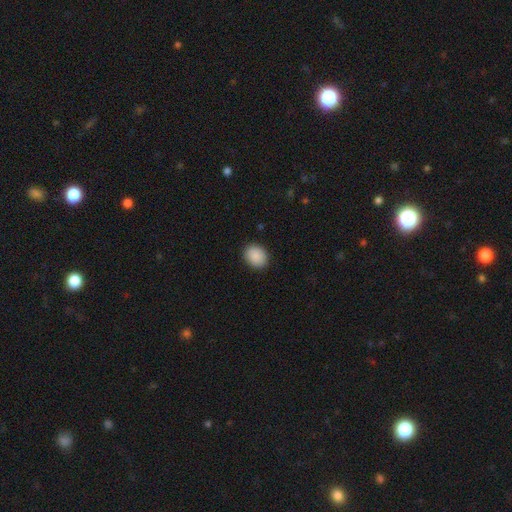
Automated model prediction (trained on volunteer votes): A smooth galaxy with no disk features (90%) that is round (53%).

Vote fractions:
- Smooth or featured? smooth: 90% / star or artifact: 7% / featured or disk: 3%
- How rounded? round: 53% / in between: 46% / cigar-shaped: 1%
- Merging? none: 89% / minor disturbance: 8% / major disturbance: 2% / merger: 1%